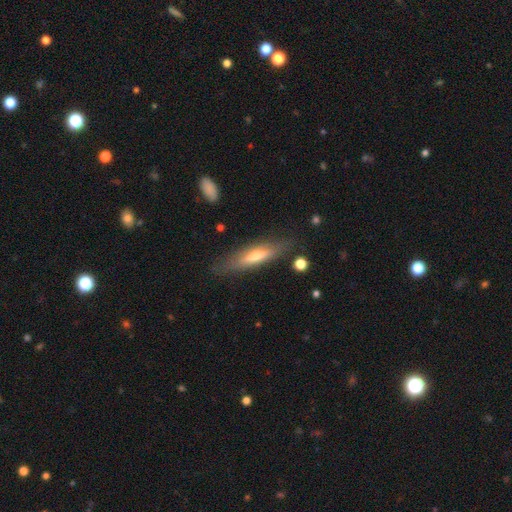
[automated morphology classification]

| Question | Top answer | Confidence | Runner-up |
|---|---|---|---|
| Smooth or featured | smooth | 50% | featured or disk (44%) |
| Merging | none | 78% | minor disturbance (15%) |